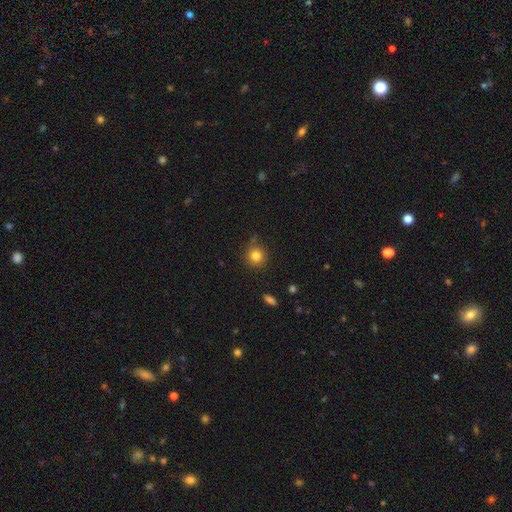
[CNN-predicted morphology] Smooth or featured?
  - smooth: 82% *
  - star or artifact: 11%
  - featured or disk: 7%
How rounded?
  - round: 92% *
  - in between: 7%
  - cigar-shaped: 1%
Merging?
  - none: 82% *
  - minor disturbance: 11%
  - merger: 4%
  - major disturbance: 3%